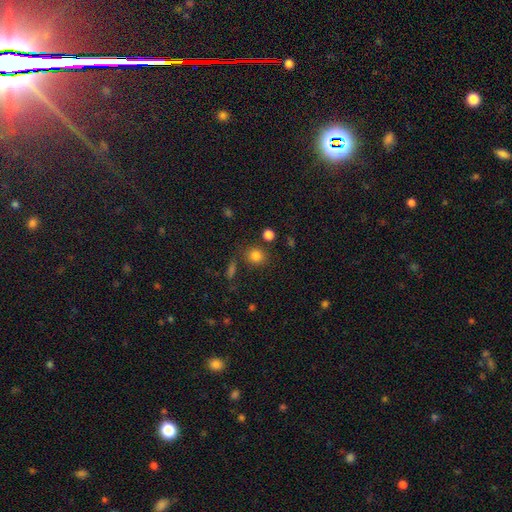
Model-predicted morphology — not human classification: A smooth galaxy with no disk features (82%) that is round (82%).

Vote fractions:
- Smooth or featured? smooth: 82% / star or artifact: 12% / featured or disk: 6%
- How rounded? round: 82% / in between: 17% / cigar-shaped: 1%
- Merging? none: 79% / minor disturbance: 10% / merger: 7% / major disturbance: 4%